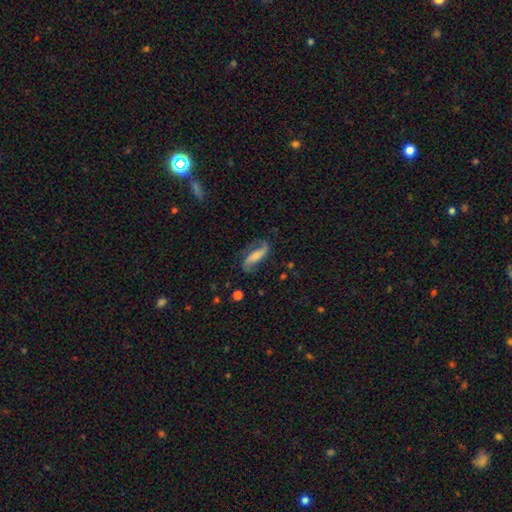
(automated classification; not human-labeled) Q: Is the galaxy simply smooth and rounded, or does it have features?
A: featured or disk — 70%.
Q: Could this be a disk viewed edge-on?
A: no — 87%.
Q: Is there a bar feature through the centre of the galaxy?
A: no — 41%.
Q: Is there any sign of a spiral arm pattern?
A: yes — 92%.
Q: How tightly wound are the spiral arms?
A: loose — 76%.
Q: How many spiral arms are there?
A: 2 — 90%.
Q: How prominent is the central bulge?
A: small — 41%.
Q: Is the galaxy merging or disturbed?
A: none — 70%.